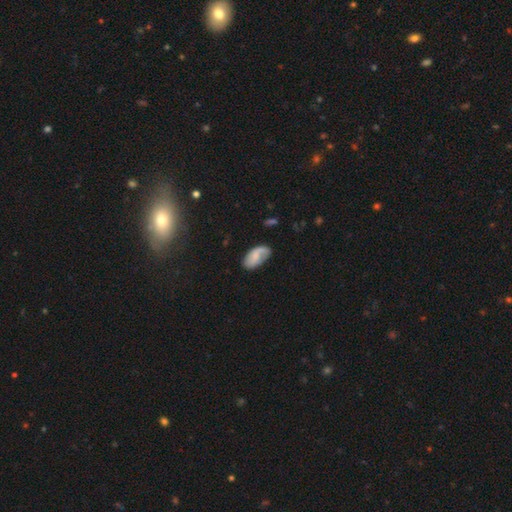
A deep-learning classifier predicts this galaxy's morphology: This appears to be a smooth galaxy with no disk features (60%) that is in between round and cigar-shaped (94%). Merging: none (59%).